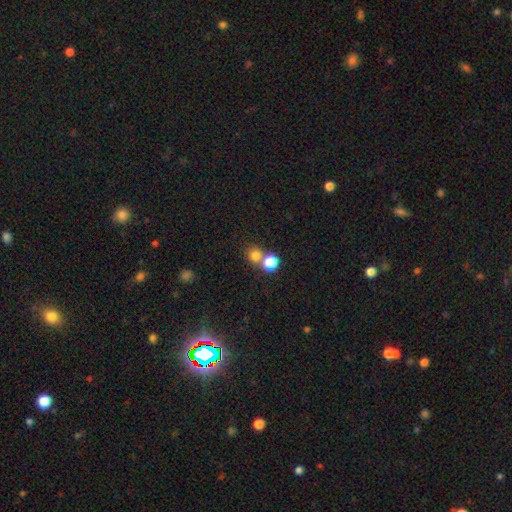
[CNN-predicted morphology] This appears to be a smooth galaxy with no disk features (78%) that is round (85%). Merging: none (52%).